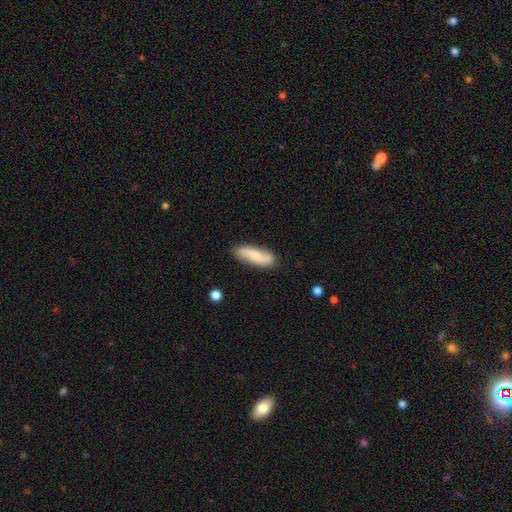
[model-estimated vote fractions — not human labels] Smooth or featured?
  - smooth: 67% *
  - featured or disk: 27%
  - star or artifact: 6%
How rounded?
  - cigar-shaped: 50% *
  - in between: 48%
  - round: 2%
Merging?
  - none: 78% *
  - minor disturbance: 16%
  - major disturbance: 3%
  - merger: 2%